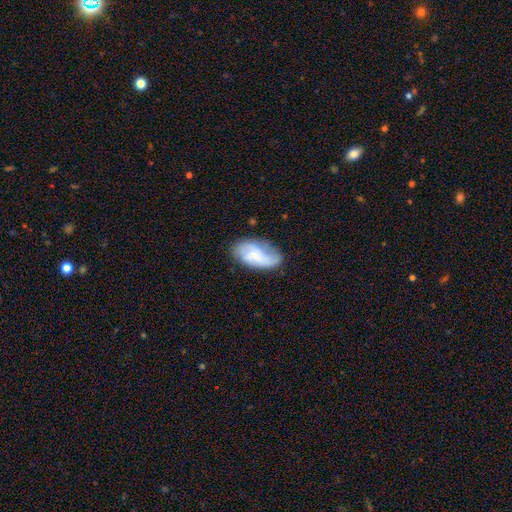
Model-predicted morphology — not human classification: This appears to be a featured or disk galaxy (54%) with no bar (52%), spiral arms (87%) and a small central bulge (59%). Merging: none (59%).